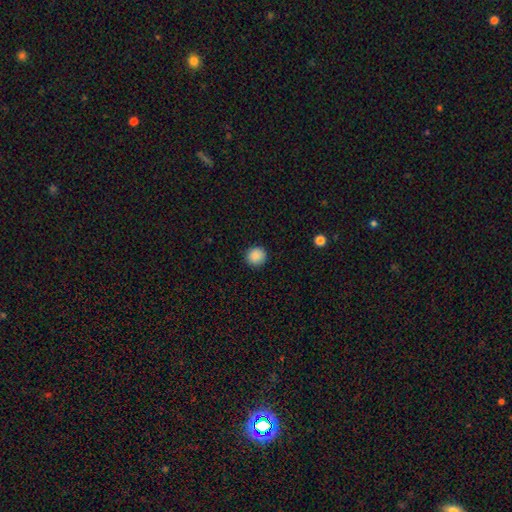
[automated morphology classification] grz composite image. It shows a smooth galaxy with no disk features (88%) that is round (93%). Merging: none (91%).